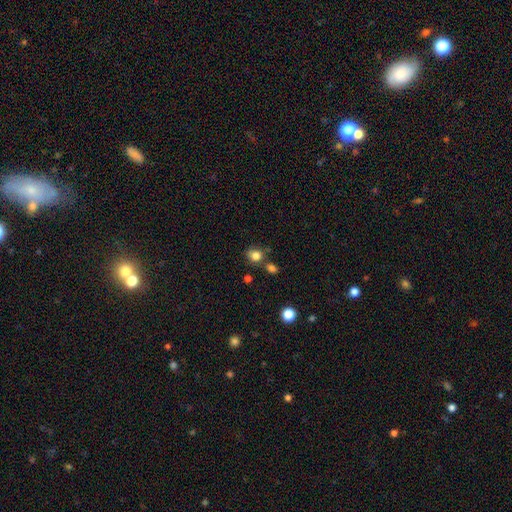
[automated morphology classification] Smooth or featured? Predicted: smooth (p=0.82). How rounded? Predicted: round (p=0.71). Merging? Predicted: none (p=0.67).